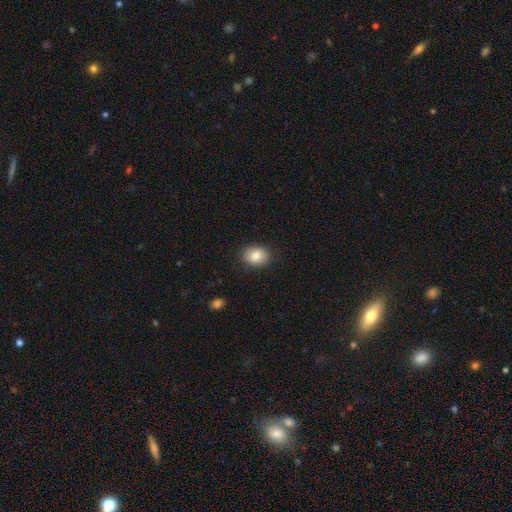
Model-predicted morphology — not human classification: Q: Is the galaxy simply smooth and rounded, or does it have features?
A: smooth — 84%.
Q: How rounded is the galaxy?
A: in between — 63%.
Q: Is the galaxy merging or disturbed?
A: none — 87%.